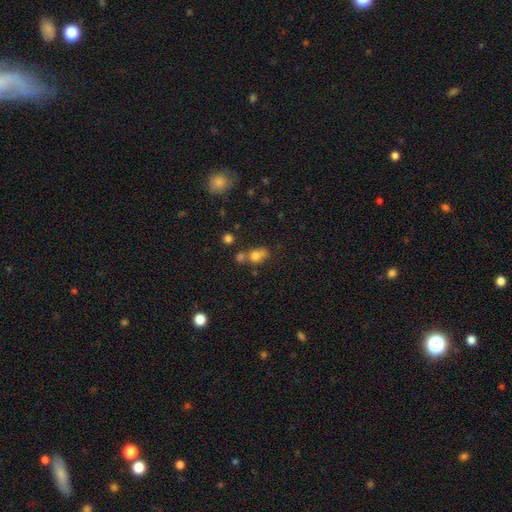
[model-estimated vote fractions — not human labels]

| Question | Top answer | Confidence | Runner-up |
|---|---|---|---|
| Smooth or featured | smooth | 71% | star or artifact (15%) |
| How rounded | round | 54% | in between (43%) |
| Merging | merger | 41% | none (37%) |